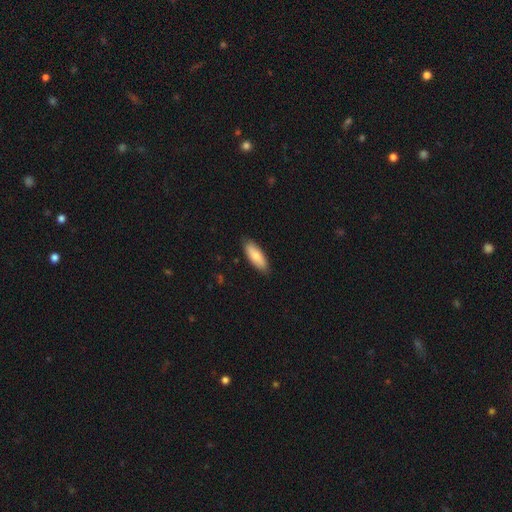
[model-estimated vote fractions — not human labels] This is likely a smooth galaxy (78%). How rounded: likely in between (72%). Merging: clearly none (85%).